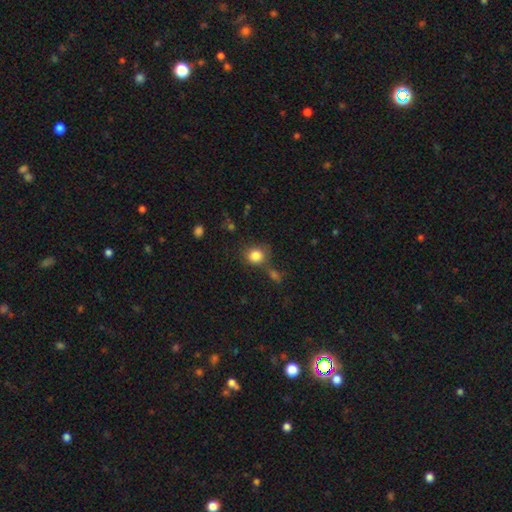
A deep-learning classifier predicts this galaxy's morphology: smooth 84%, star or artifact 10%, featured or disk 6%. Down the decision tree: how rounded — round (79%); merging — none (65%).